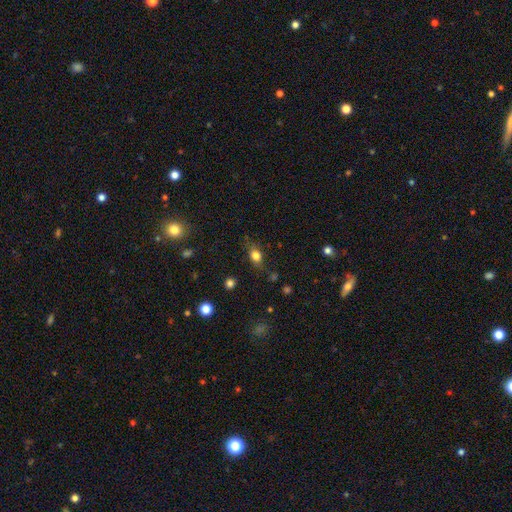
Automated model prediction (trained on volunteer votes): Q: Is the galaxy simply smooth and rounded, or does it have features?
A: smooth — 80%.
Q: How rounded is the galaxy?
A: in between — 67%.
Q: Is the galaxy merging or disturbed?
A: none — 75%.